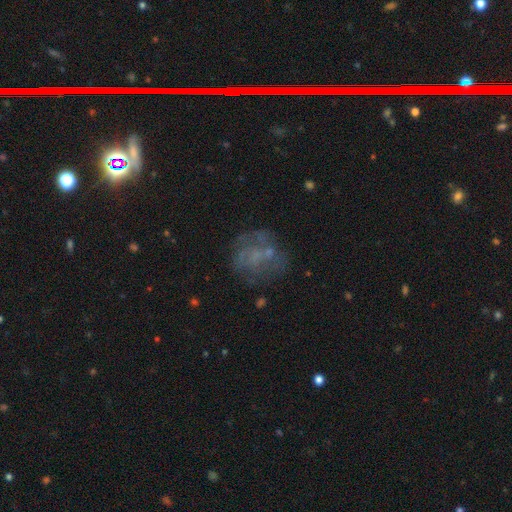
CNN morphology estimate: Smooth or featured? Predicted: featured or disk (p=0.49). Merging? Predicted: none (p=0.55).